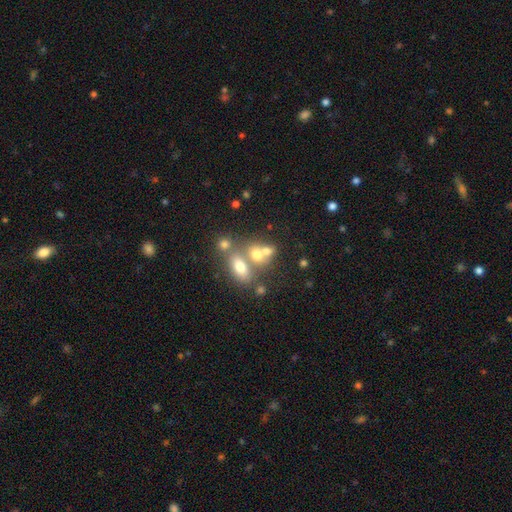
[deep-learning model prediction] The model was most divided on "merging": merger: 52%, none: 33%, minor disturbance: 9%, major disturbance: 6%. More confident: how rounded — in between (67%); smooth or featured — smooth (53%).